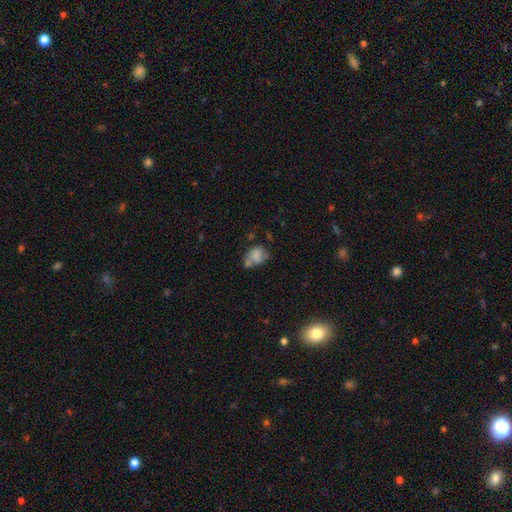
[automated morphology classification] Overall: smooth (63%; featured or disk 27%). How rounded: in between (75%). Merging: none (34%; minor disturbance 29%).